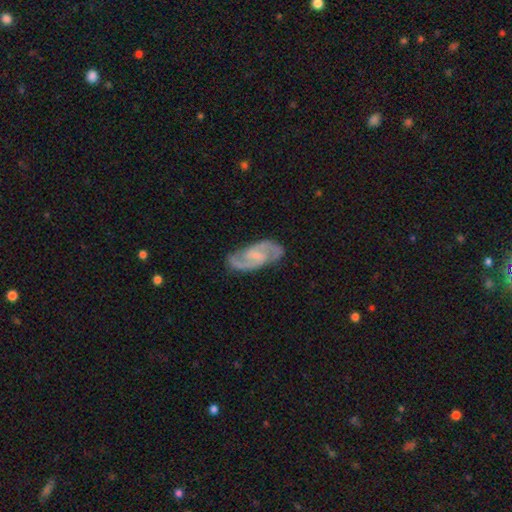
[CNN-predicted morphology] A featured or disk galaxy (89%) with a weak bar (51%), 2 (93%) medium (58%) spiral arms (98%) and a small central bulge (54%).

Vote fractions:
- Smooth or featured? featured or disk: 89% / smooth: 6% / star or artifact: 4%
- Edge-on disk? no: 97% / yes: 3%
- Bar? weak: 51% / no: 31% / strong: 18%
- Spiral arms? yes: 98% / no: 2%
- Spiral winding? medium: 58% / tight: 27% / loose: 15%
- Spiral arm count? 2: 93% / can't tell: 2% / 3: 1% / 1: 1% / 4: 1% / more than 4: 1%
- Bulge size? small: 54% / none: 23% / moderate: 20% / large: 2% / dominant: 1%
- Merging? none: 83% / minor disturbance: 12% / major disturbance: 3% / merger: 1%